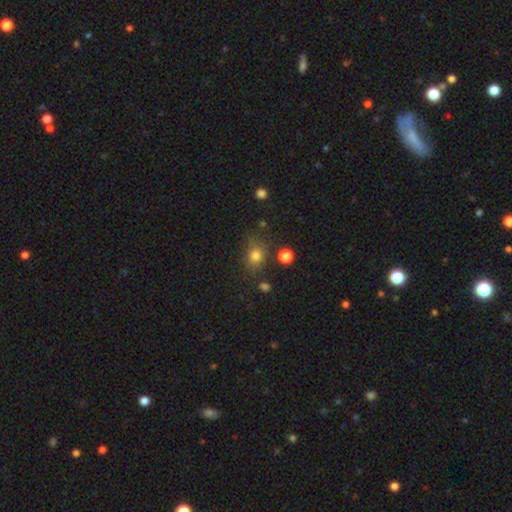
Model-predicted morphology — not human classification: Smooth or featured: smooth — 78% (star or artifact — 14%)
How rounded: round — 59% (in between — 40%)
Merging: none — 74% (minor disturbance — 15%)